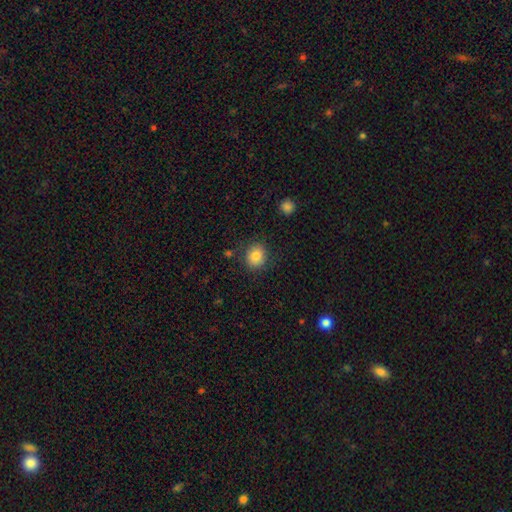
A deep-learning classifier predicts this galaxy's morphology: Smooth or featured? Predicted: smooth (p=0.82). How rounded? Predicted: round (p=0.75). Merging? Predicted: none (p=0.85).